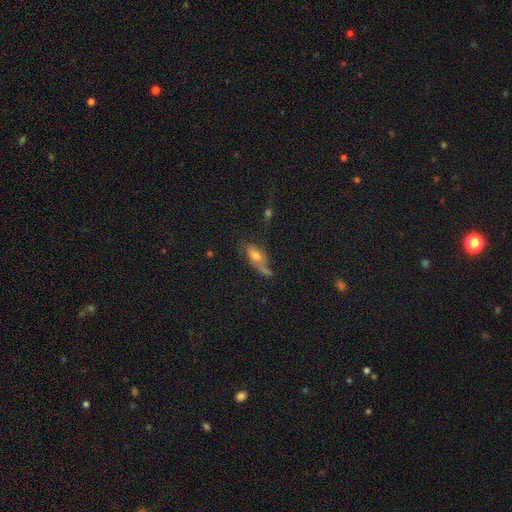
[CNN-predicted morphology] This appears to be a smooth galaxy with no disk features (58%) that is in between round and cigar-shaped (82%). Merging: none (40%).